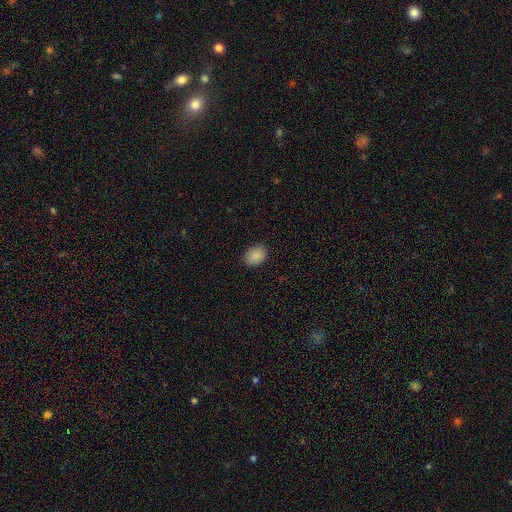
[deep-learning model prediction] A smooth galaxy with no disk features (89%) that is in between round and cigar-shaped (65%). Merging: none (88%).